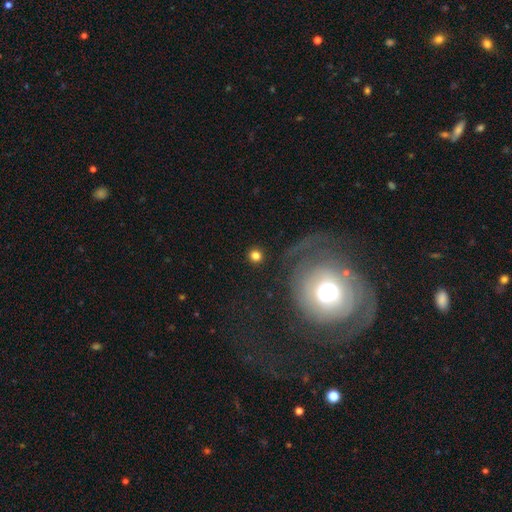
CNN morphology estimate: smooth-or-featured: smooth: 80% | star or artifact: 12% | featured or disk: 8%
  how-rounded: round: 91% | in between: 8% | cigar-shaped: 1%
  merging: none: 89% | minor disturbance: 5% | major disturbance: 3% | merger: 3%